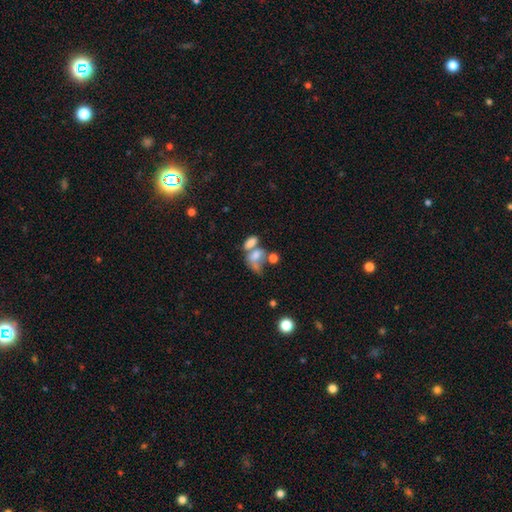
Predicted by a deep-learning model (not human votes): Q: Smooth or featured?
A: smooth (64%); runner-up: featured or disk (25%)
Q: How rounded?
A: in between (78%); runner-up: round (17%)
Q: Merging?
A: merger (53%); runner-up: major disturbance (18%)